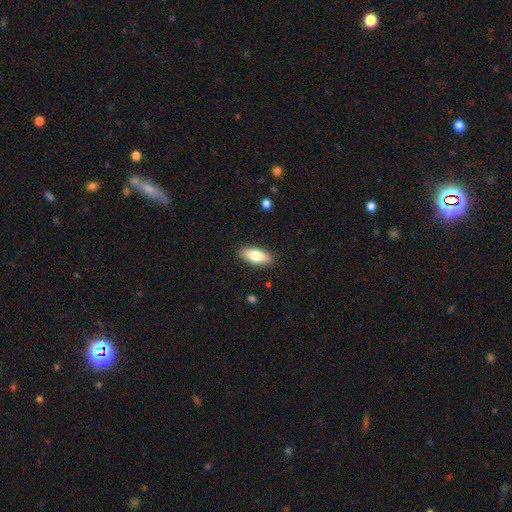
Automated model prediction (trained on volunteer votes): Smooth or featured? smooth (77%)
How rounded? in between (83%)
Merging? none (89%)